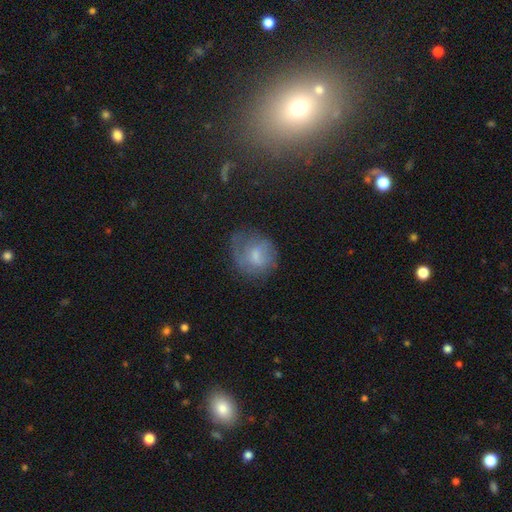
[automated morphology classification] smooth 50%, featured or disk 39%, star or artifact 12%. Down the decision tree: merging — none (50%).